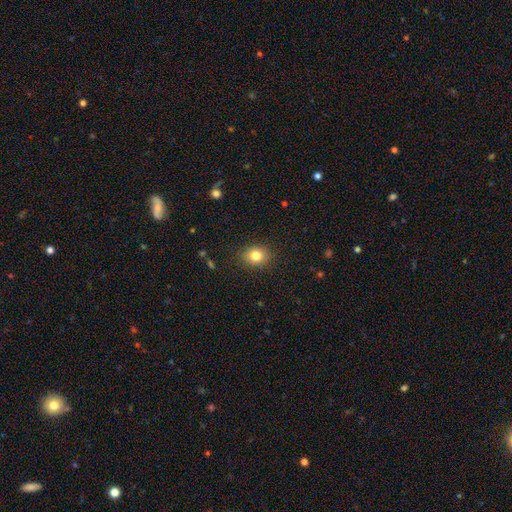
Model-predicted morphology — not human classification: This is clearly a smooth galaxy (81%). How rounded: likely round (63%). Merging: clearly none (89%).